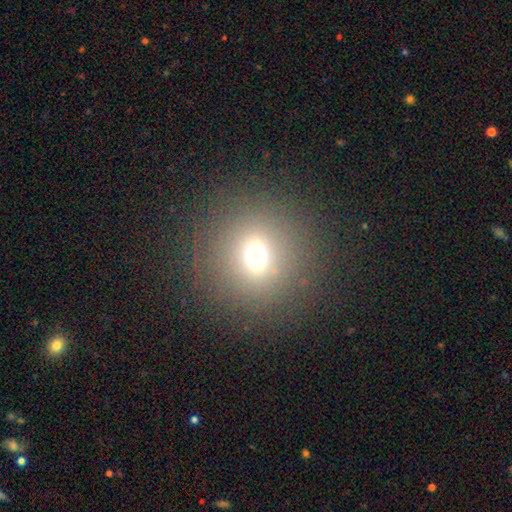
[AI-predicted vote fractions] Smooth or featured?
  - smooth: 67% *
  - star or artifact: 22%
  - featured or disk: 11%
How rounded?
  - round: 92% *
  - in between: 7%
  - cigar-shaped: 1%
Merging?
  - none: 87% *
  - minor disturbance: 7%
  - major disturbance: 5%
  - merger: 1%